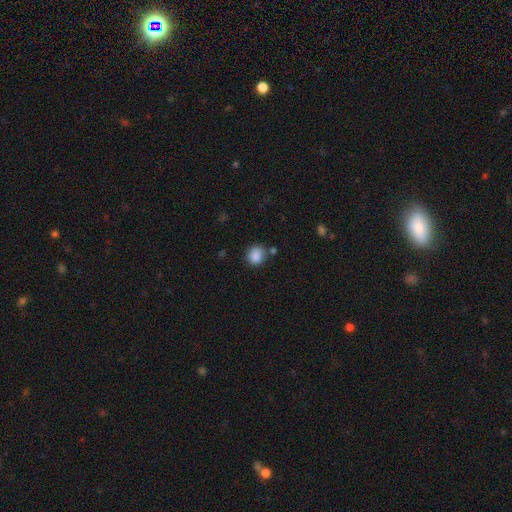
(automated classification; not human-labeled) Smooth or featured? Predicted: smooth (p=0.87). How rounded? Predicted: round (p=0.81). Merging? Predicted: none (p=0.74).